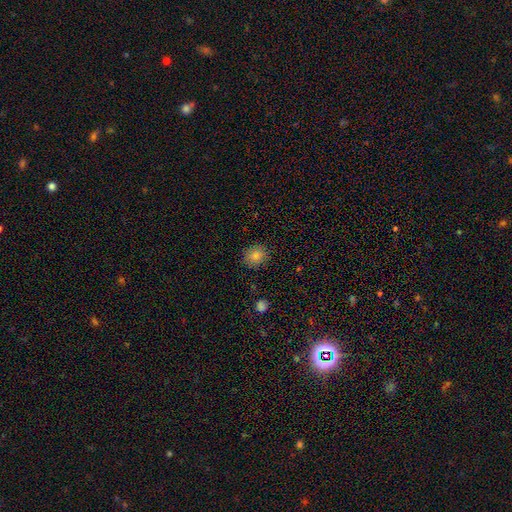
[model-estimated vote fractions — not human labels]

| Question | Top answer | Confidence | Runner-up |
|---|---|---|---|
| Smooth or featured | smooth | 83% | star or artifact (11%) |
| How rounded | round | 78% | in between (21%) |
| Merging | none | 88% | minor disturbance (9%) |